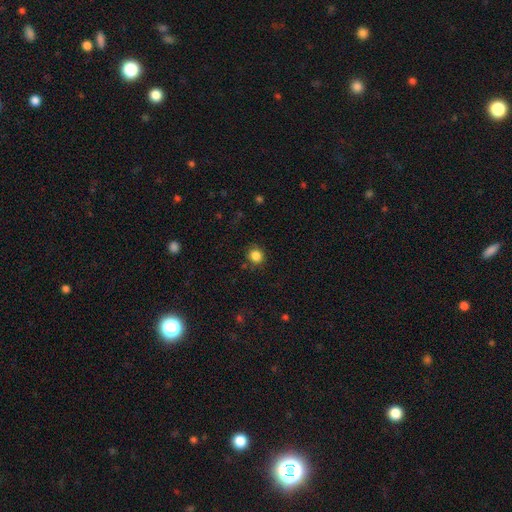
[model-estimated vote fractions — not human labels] A smooth galaxy with no disk features (85%) that is round (88%). Merging: none (85%).